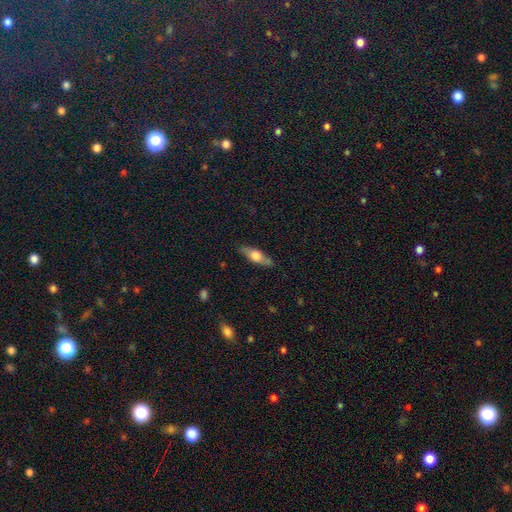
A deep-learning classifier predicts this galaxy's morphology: This appears to be a smooth galaxy with no disk features (53%) that is in between round and cigar-shaped (51%). Merging: none (82%).